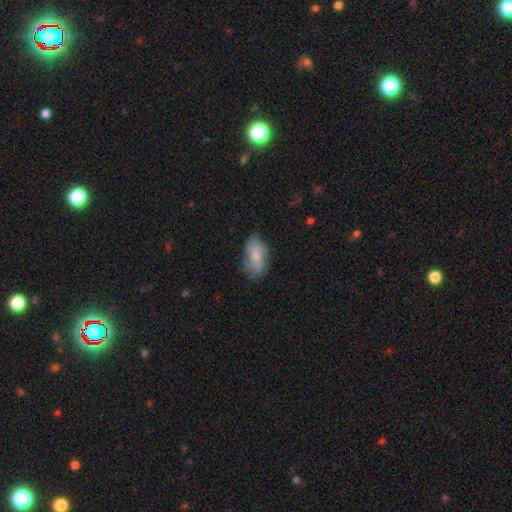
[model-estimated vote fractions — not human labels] This is likely a smooth galaxy (61%). How rounded: clearly in between (91%). Merging: possibly none (59%).